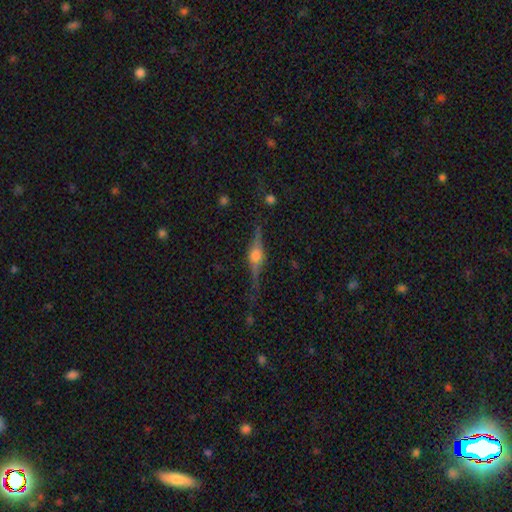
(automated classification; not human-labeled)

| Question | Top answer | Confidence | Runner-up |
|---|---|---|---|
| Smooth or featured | featured or disk | 76% | smooth (15%) |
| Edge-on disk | yes | 96% | no (4%) |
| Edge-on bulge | rounded | 92% | boxy (6%) |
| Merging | none | 79% | minor disturbance (14%) |